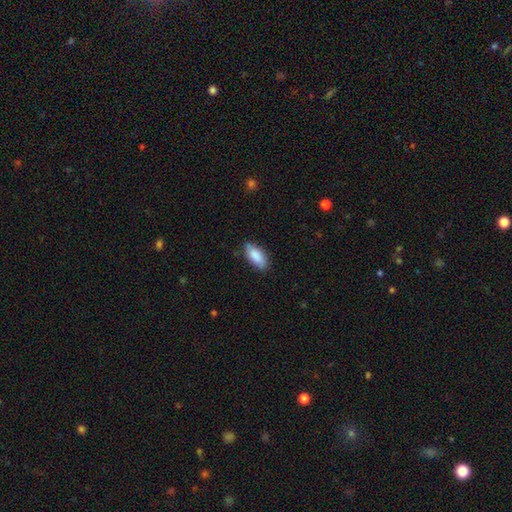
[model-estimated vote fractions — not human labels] Morphology: type=smooth (87%); roundness=in between (85%); merging=none (78%).